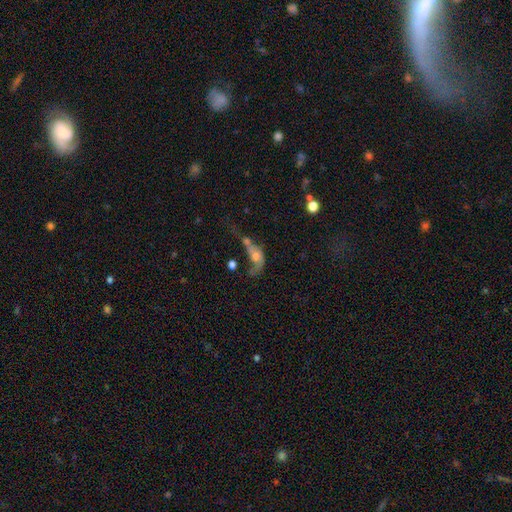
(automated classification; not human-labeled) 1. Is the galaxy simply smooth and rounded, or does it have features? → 45% featured or disk, 44% smooth, 11% star or artifact.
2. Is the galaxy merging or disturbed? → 41% merger, 35% major disturbance, 13% none, 10% minor disturbance.